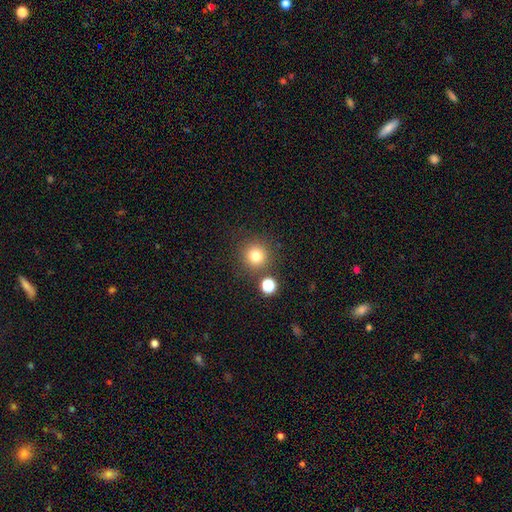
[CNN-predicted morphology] Smooth or featured: smooth — 79% (star or artifact — 14%)
How rounded: round — 95% (in between — 5%)
Merging: none — 82% (minor disturbance — 7%)